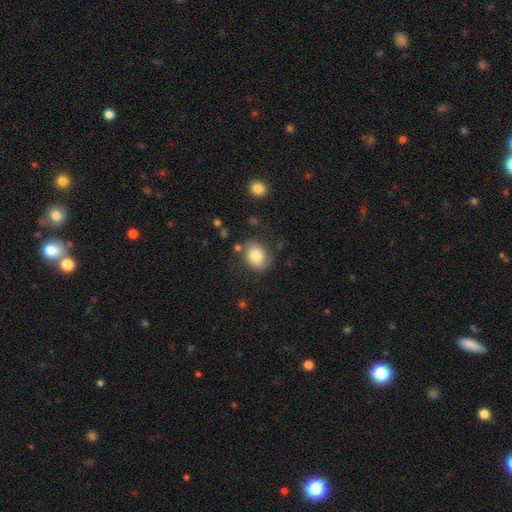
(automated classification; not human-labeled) smooth 74%, featured or disk 18%, star or artifact 8%. Down the decision tree: how rounded — round (50%); merging — none (71%).